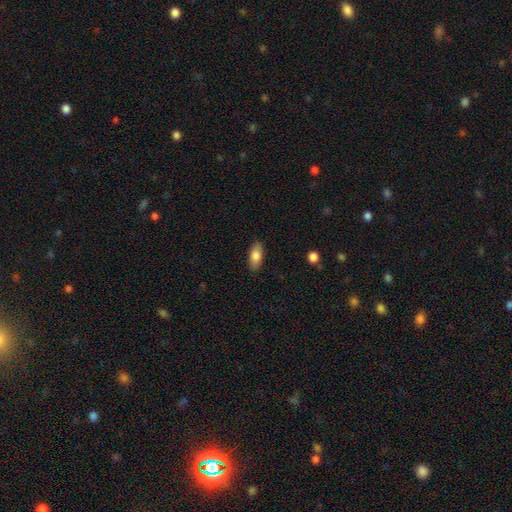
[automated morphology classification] This is clearly a smooth galaxy (81%). How rounded: clearly in between (86%). Merging: clearly none (87%).